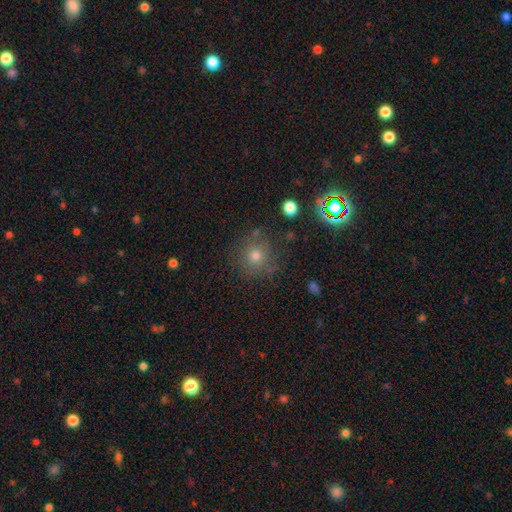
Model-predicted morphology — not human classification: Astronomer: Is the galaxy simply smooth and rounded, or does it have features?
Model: smooth — 63%.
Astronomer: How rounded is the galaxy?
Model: round — 93%.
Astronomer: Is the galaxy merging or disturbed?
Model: none — 81%.